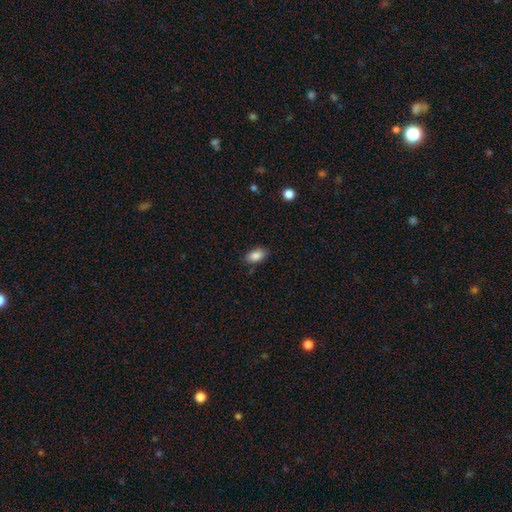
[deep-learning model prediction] Smooth or featured?
  - smooth: 87% *
  - star or artifact: 8%
  - featured or disk: 5%
How rounded?
  - in between: 92% *
  - round: 6%
  - cigar-shaped: 3%
Merging?
  - none: 84% *
  - minor disturbance: 12%
  - major disturbance: 3%
  - merger: 2%